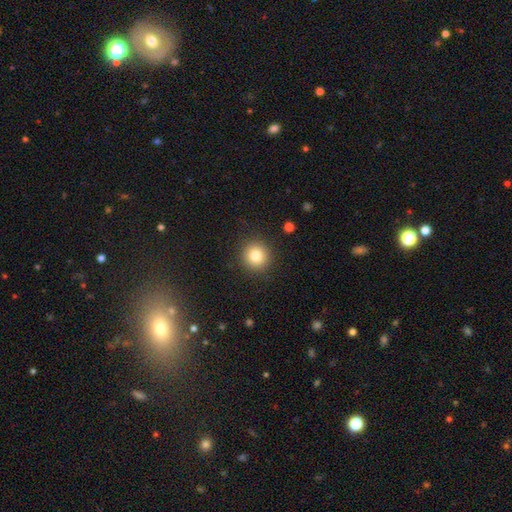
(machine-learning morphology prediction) smooth-or-featured: smooth: 82% | star or artifact: 11% | featured or disk: 7%
  how-rounded: round: 93% | in between: 6% | cigar-shaped: 1%
  merging: none: 90% | minor disturbance: 6% | major disturbance: 2% | merger: 1%